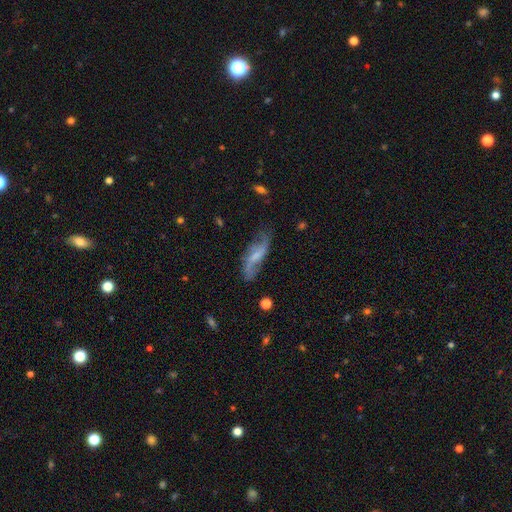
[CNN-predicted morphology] featured or disk 71%, smooth 22%, star or artifact 7%. Down the decision tree: edge-on disk — no (86%); bar — weak (46%); spiral arms — yes (89%); spiral arm count — 2 (86%); spiral winding — loose (81%); bulge size — small (43%); merging — none (62%).